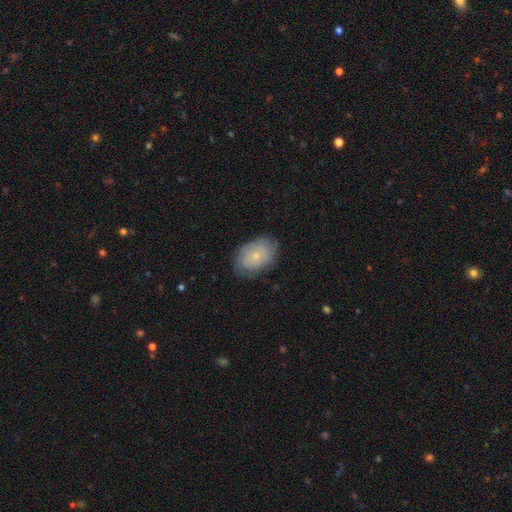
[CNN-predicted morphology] smooth 58%, featured or disk 34%, star or artifact 8%. Down the decision tree: how rounded — in between (84%); merging — none (76%).